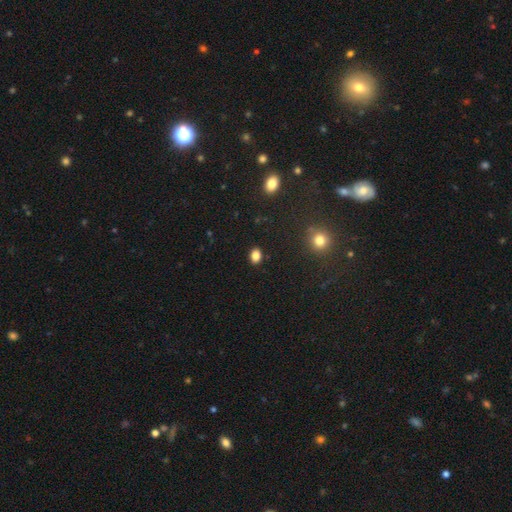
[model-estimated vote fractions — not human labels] smooth 84%, star or artifact 12%, featured or disk 4%. Down the decision tree: how rounded — in between (70%); merging — none (88%).